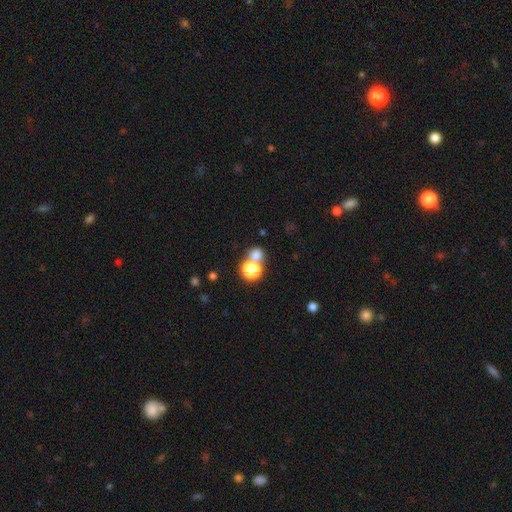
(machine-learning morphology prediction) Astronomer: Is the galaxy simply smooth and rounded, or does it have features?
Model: smooth — 73%.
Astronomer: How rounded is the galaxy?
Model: round — 82%.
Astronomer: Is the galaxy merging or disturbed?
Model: none — 49% (runner-up: merger, 41%).